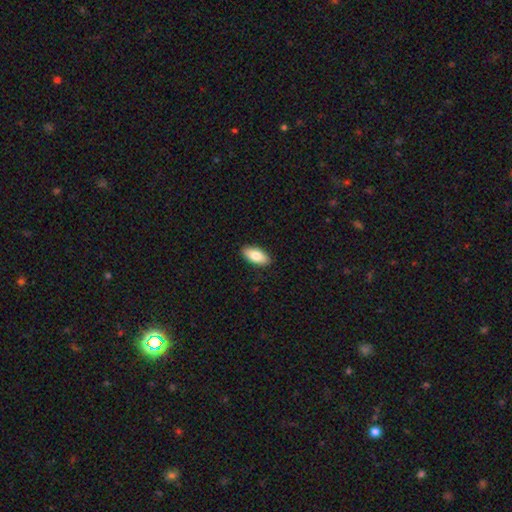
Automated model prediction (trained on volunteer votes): A smooth galaxy with no disk features (82%) that is in between round and cigar-shaped (90%). Merging: none (89%).